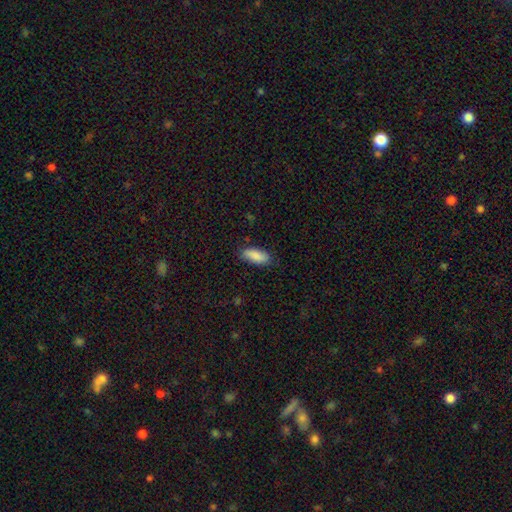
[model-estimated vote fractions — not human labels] This appears to be a smooth galaxy with no disk features (87%) that is in between round and cigar-shaped (82%). Merging: none (82%).